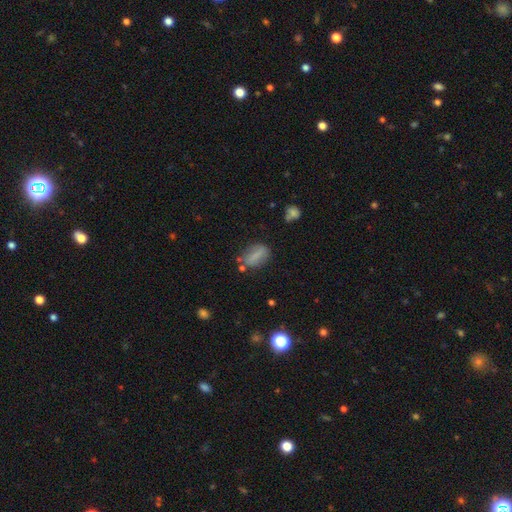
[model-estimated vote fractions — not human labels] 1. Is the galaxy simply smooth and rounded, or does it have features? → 73% smooth, 17% featured or disk, 10% star or artifact.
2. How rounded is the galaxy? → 76% in between, 15% cigar-shaped, 9% round.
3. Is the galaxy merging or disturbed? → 65% none, 20% minor disturbance, 7% major disturbance, 7% merger.